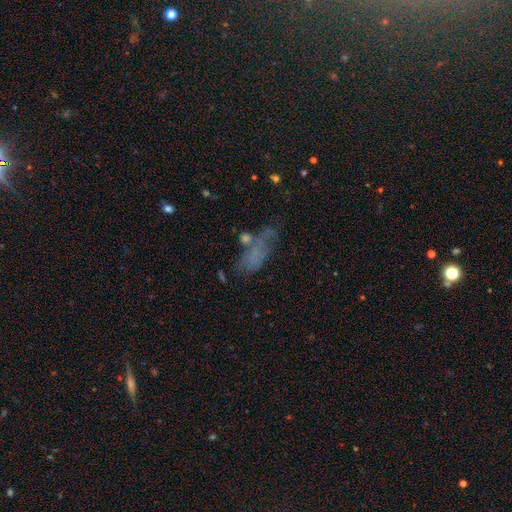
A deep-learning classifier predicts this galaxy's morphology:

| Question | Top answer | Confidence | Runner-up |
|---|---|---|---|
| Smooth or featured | smooth | 46% | featured or disk (35%) |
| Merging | none | 36% | major disturbance (29%) |